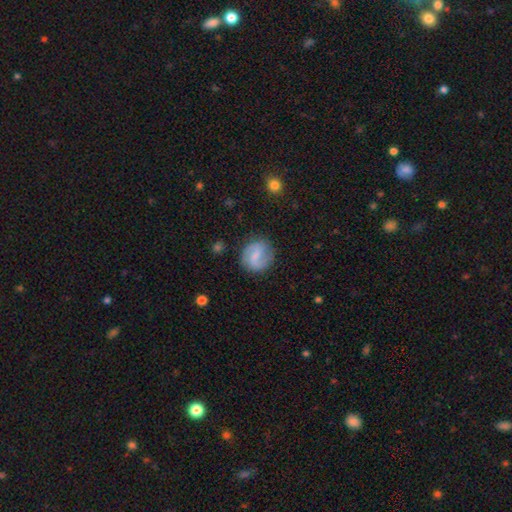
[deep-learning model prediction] Morphology: type=featured or disk (57%); edge-on=no (98%); bar=weak (53%); spiral arms=yes (88%); bulge=none (38%); merging=none (80%).